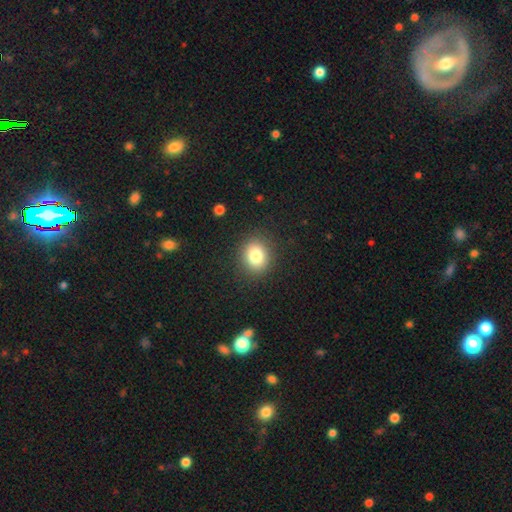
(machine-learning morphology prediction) The model was most divided on "how rounded": round: 72%, in between: 27%, cigar-shaped: 1%. More confident: merging — none (89%); smooth or featured — smooth (81%).